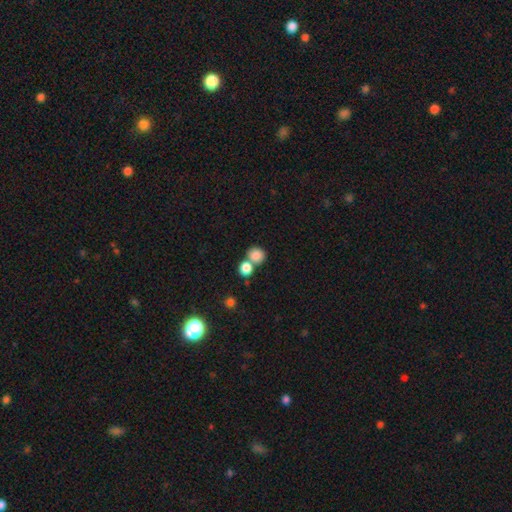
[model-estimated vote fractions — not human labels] Smooth or featured: smooth — 83% (star or artifact — 10%)
How rounded: round — 80% (in between — 19%)
Merging: none — 48% (merger — 41%)